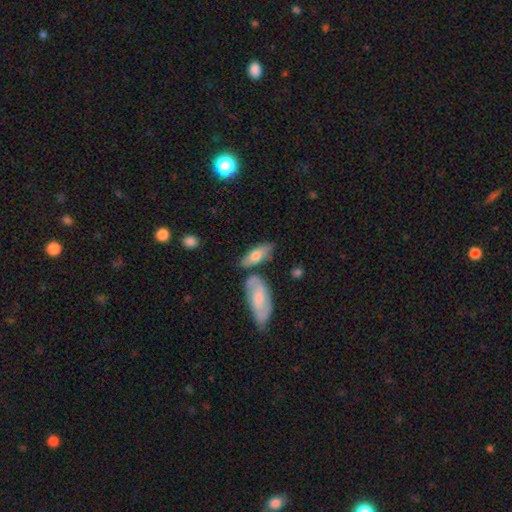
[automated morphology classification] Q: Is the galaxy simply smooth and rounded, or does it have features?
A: smooth — 61%.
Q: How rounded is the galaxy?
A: in between — 73%.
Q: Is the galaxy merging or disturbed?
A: none — 59%.